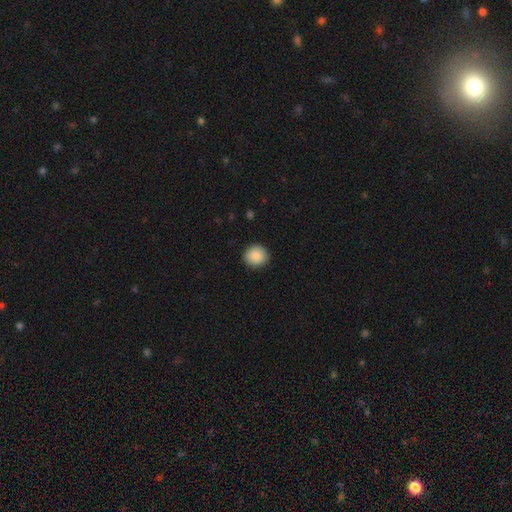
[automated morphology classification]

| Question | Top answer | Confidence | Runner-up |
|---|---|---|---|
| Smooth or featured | smooth | 88% | star or artifact (8%) |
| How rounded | round | 88% | in between (11%) |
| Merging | none | 91% | minor disturbance (7%) |